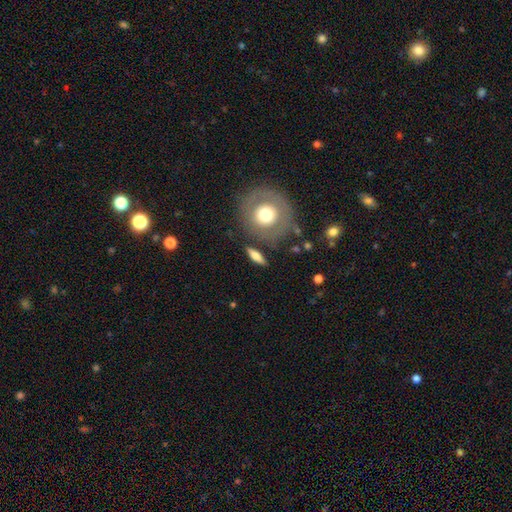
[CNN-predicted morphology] Q: Smooth or featured?
A: smooth (64%); runner-up: featured or disk (29%)
Q: How rounded?
A: in between (42%); runner-up: cigar-shaped (41%)
Q: Merging?
A: none (83%); runner-up: minor disturbance (10%)